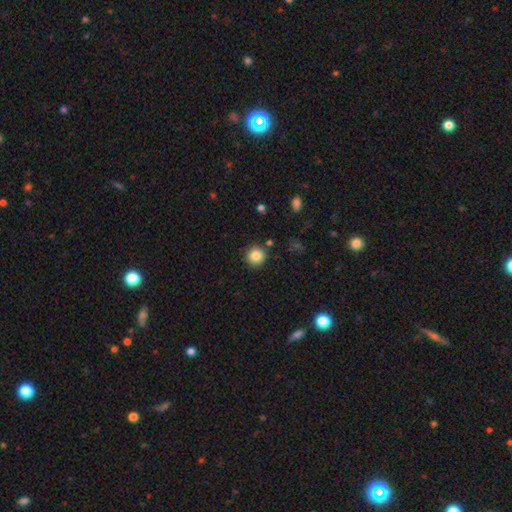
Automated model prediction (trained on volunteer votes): This is clearly a smooth galaxy (85%). How rounded: clearly round (93%). Merging: clearly none (88%).